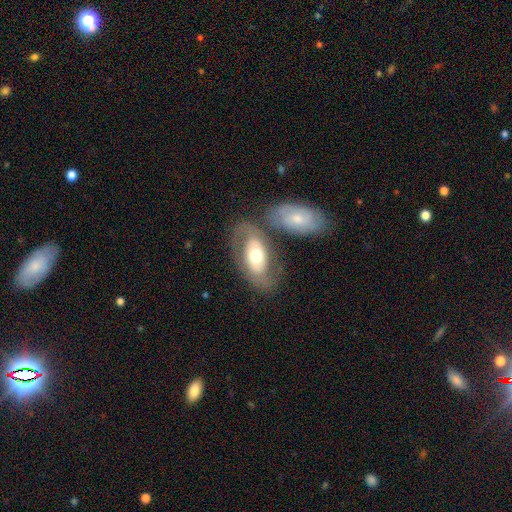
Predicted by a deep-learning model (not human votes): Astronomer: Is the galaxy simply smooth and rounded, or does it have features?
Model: featured or disk — 52% (runner-up: smooth, 43%).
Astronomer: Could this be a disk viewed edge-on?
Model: no — 90%.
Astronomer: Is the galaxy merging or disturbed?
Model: none — 54%.